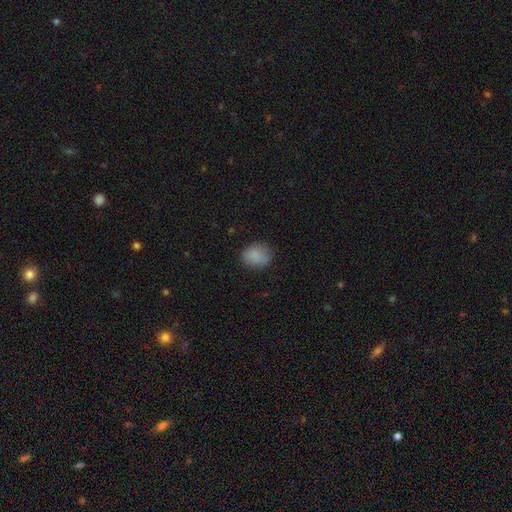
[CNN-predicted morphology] type=smooth (85%); roundness=round (56%); merging=none (77%).